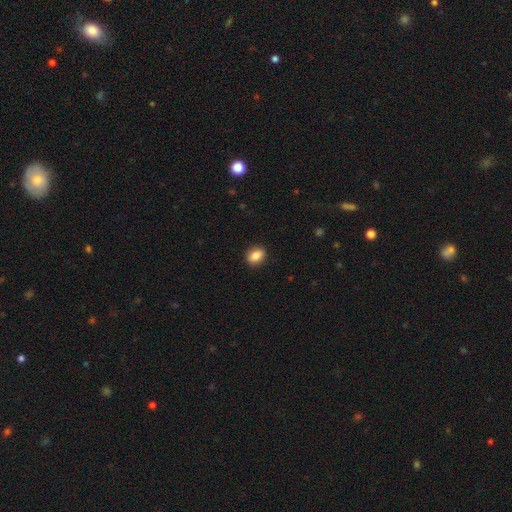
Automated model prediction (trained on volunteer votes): smooth-or-featured: smooth: 85% | star or artifact: 8% | featured or disk: 7%
  how-rounded: in between: 60% | round: 39% | cigar-shaped: 1%
  merging: none: 90% | minor disturbance: 8% | major disturbance: 2% | merger: 1%